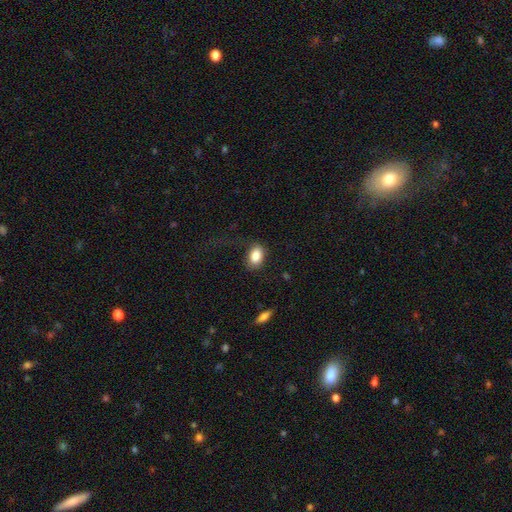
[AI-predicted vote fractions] The model was most divided on "merging": none: 69%, minor disturbance: 17%, major disturbance: 12%, merger: 2%. More confident: smooth or featured — smooth (85%); how rounded — in between (84%).